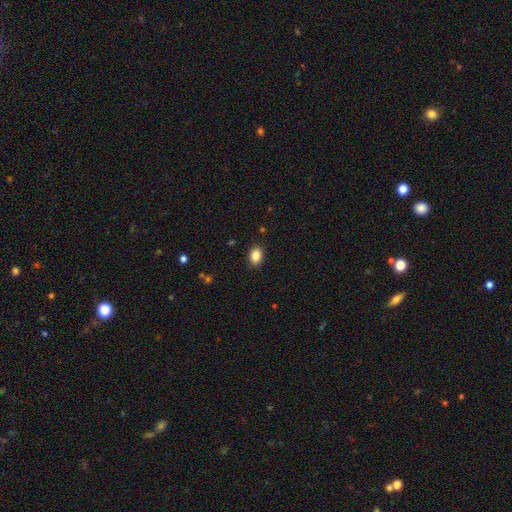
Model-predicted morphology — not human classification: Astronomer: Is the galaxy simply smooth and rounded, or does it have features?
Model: smooth — 86%.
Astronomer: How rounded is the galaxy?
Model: in between — 76%.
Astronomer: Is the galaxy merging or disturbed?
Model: none — 89%.